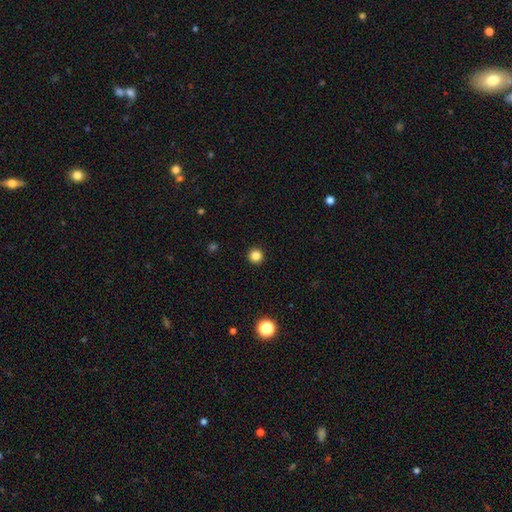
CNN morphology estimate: Q: Smooth or featured?
A: smooth (84%); runner-up: star or artifact (12%)
Q: How rounded?
A: round (96%); runner-up: in between (3%)
Q: Merging?
A: none (94%); runner-up: minor disturbance (4%)